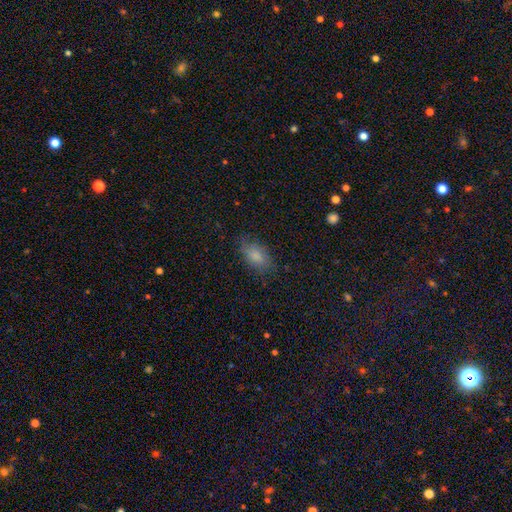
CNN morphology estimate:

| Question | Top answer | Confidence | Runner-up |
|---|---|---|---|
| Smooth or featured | smooth | 82% | featured or disk (10%) |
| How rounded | in between | 90% | round (6%) |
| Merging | none | 75% | minor disturbance (19%) |